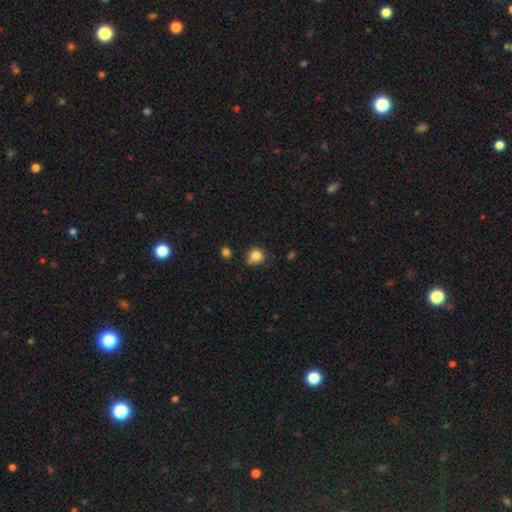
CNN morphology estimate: A smooth galaxy with no disk features (82%) that is round (85%).

Vote fractions:
- Smooth or featured? smooth: 82% / star or artifact: 11% / featured or disk: 6%
- How rounded? round: 85% / in between: 14% / cigar-shaped: 1%
- Merging? none: 66% / minor disturbance: 19% / merger: 11% / major disturbance: 4%